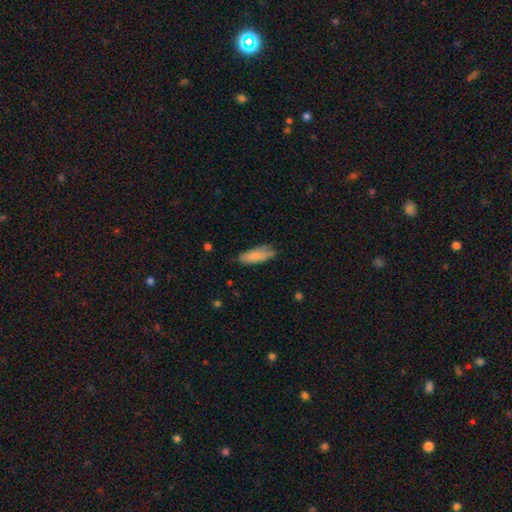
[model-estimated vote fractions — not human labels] smooth-or-featured: smooth: 81% | featured or disk: 13% | star or artifact: 6%
  how-rounded: in between: 57% | cigar-shaped: 41% | round: 2%
  merging: none: 70% | minor disturbance: 23% | major disturbance: 4% | merger: 2%